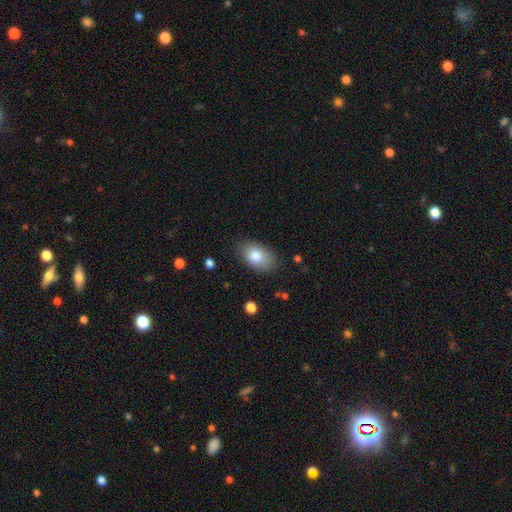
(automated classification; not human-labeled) Smooth or featured?
  - smooth: 83% *
  - featured or disk: 10%
  - star or artifact: 7%
How rounded?
  - in between: 89% *
  - round: 10%
  - cigar-shaped: 1%
Merging?
  - none: 81% *
  - minor disturbance: 14%
  - major disturbance: 4%
  - merger: 1%